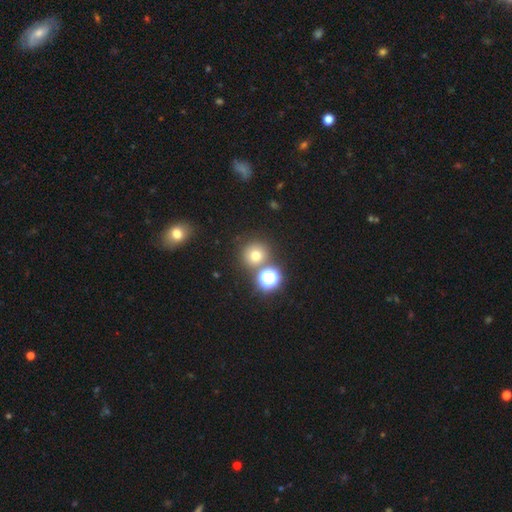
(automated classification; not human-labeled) Smooth or featured? Predicted: smooth (p=0.70). How rounded? Predicted: round (p=0.93). Merging? Predicted: none (p=0.75).